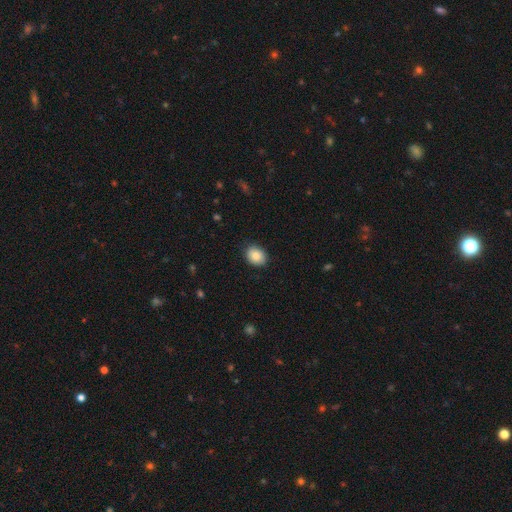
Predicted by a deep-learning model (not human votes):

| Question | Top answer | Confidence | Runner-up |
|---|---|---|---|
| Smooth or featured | smooth | 86% | star or artifact (8%) |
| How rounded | in between | 51% | round (48%) |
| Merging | none | 86% | minor disturbance (11%) |